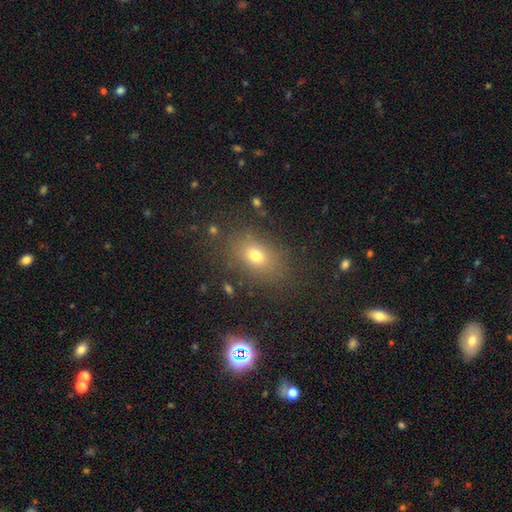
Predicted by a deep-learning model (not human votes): Smooth or featured: smooth — 72% (star or artifact — 15%)
How rounded: in between — 73% (round — 25%)
Merging: none — 81% (minor disturbance — 11%)